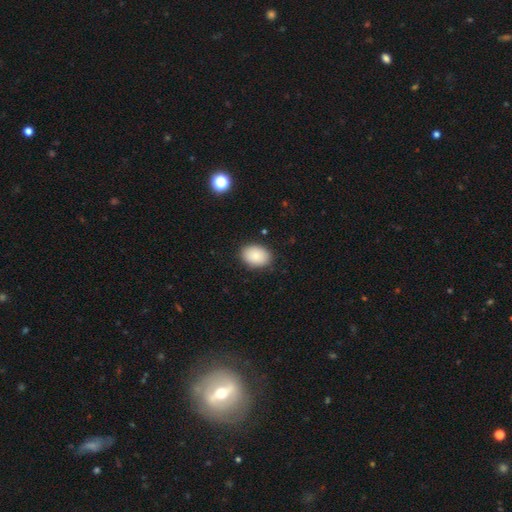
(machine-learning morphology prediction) A smooth galaxy with no disk features (87%) that is in between round and cigar-shaped (76%). Merging: none (87%).